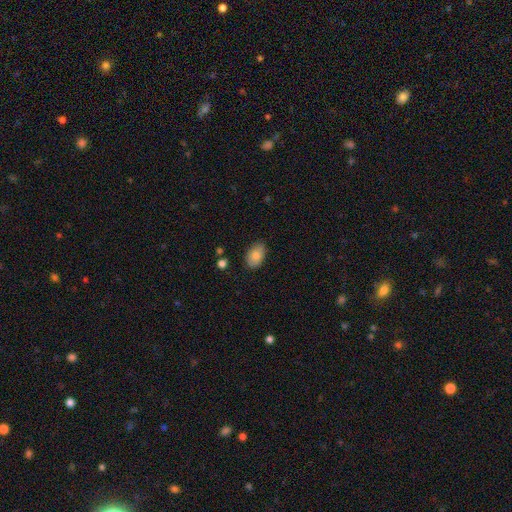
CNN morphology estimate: A smooth galaxy with no disk features (80%) that is in between round and cigar-shaped (89%). Merging: none (81%).